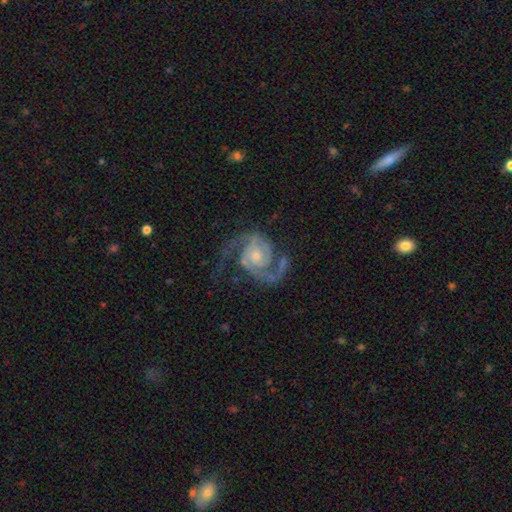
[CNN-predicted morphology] Smooth or featured? featured or disk (93%)
Edge-on disk? no (98%)
Bar? no (65%)
Spiral arms? yes (98%)
Spiral winding? medium (54%)
Spiral arm count? 2 (89%)
Bulge size? small (55%)
Merging? none (68%)